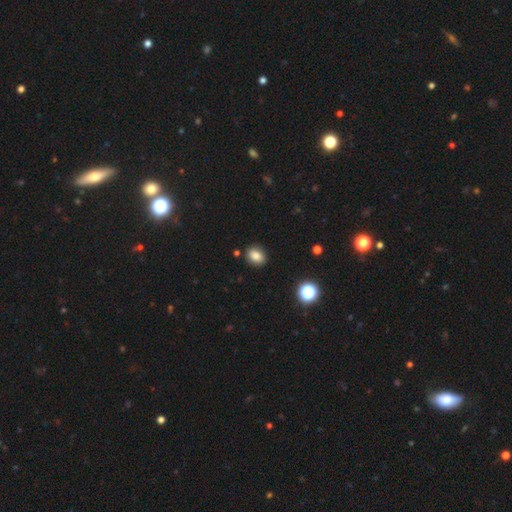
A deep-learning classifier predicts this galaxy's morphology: smooth_or_featured: smooth (p=0.82) [alt: star or artifact p=0.11]
how_rounded: in between (p=0.50) [alt: round p=0.49]
merging: none (p=0.88) [alt: minor disturbance p=0.08]